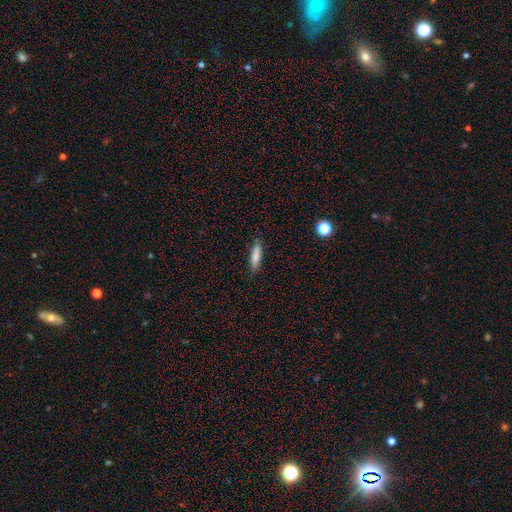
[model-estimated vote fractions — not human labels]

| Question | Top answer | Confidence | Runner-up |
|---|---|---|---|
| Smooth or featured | smooth | 84% | featured or disk (10%) |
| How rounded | cigar-shaped | 67% | in between (31%) |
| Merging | none | 85% | minor disturbance (11%) |